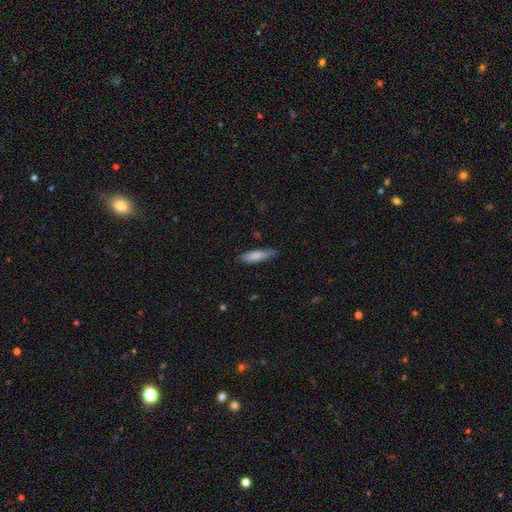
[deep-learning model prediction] A smooth galaxy with no disk features (81%) that is cigar-shaped (64%). Merging: none (71%).